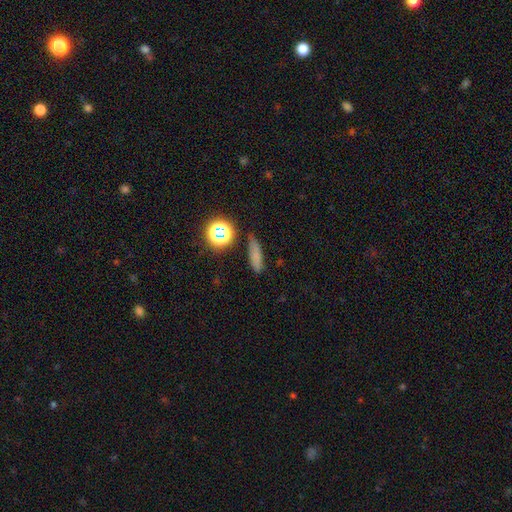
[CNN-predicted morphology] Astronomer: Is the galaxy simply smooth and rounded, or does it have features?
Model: smooth — 71%.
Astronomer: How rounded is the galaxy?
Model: cigar-shaped — 62%.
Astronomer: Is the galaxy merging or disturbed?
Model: none — 78%.